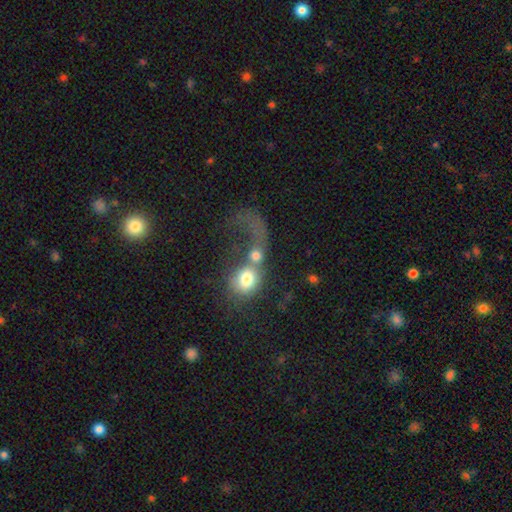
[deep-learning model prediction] A smooth galaxy with no disk features (62%) that is round (60%).

Vote fractions:
- Smooth or featured? smooth: 62% / featured or disk: 27% / star or artifact: 11%
- How rounded? round: 60% / in between: 37% / cigar-shaped: 3%
- Merging? merger: 65% / major disturbance: 20% / none: 10% / minor disturbance: 5%